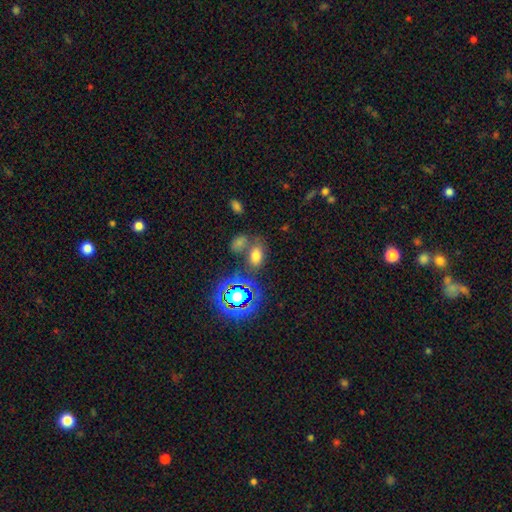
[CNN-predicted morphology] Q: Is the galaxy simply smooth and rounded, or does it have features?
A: smooth — 66%.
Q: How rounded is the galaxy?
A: in between — 83%.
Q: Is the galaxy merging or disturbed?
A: none — 62%.